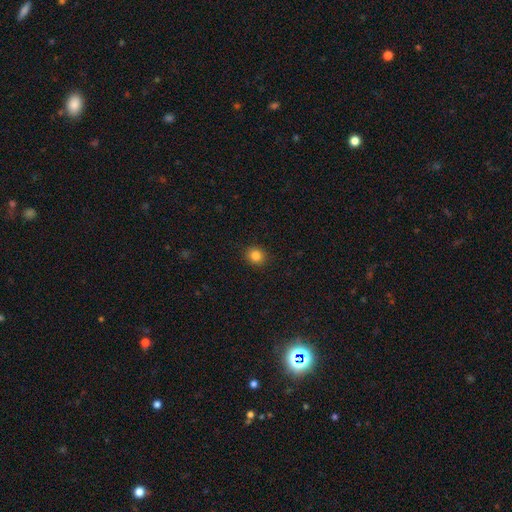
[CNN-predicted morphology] type=smooth (84%); roundness=round (83%); merging=none (91%).